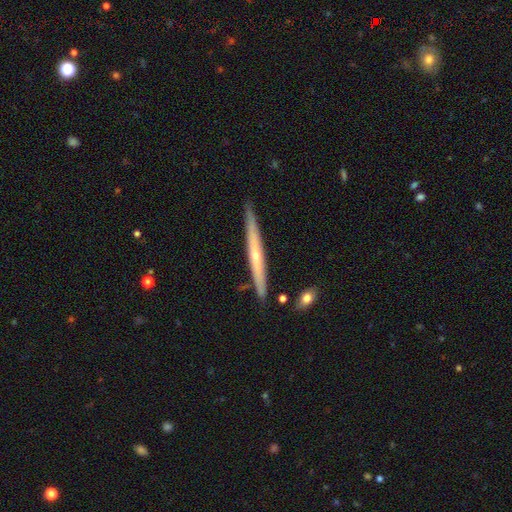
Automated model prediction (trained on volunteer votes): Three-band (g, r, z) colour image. It shows a featured or disk galaxy (65%) viewed edge-on (96%) with a rounded central bulge (53%). Merging: none (87%).